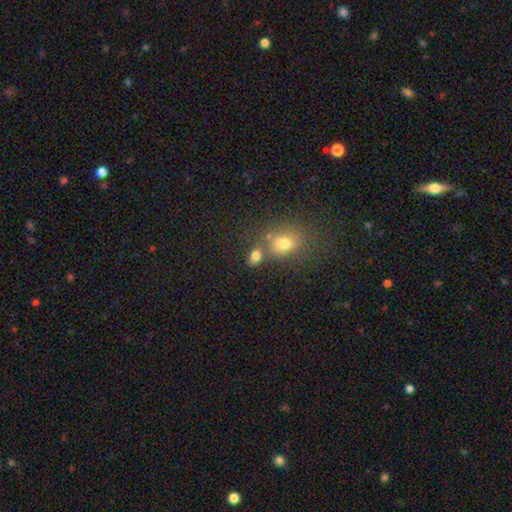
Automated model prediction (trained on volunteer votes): smooth-or-featured: smooth: 77% | star or artifact: 14% | featured or disk: 9%
  how-rounded: in between: 76% | round: 22% | cigar-shaped: 2%
  merging: none: 60% | merger: 22% | minor disturbance: 12% | major disturbance: 5%